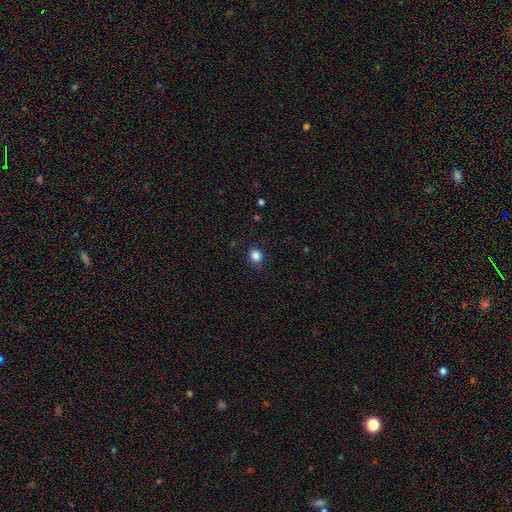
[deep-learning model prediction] Morphology: type=smooth (85%); roundness=round (80%); merging=none (86%).